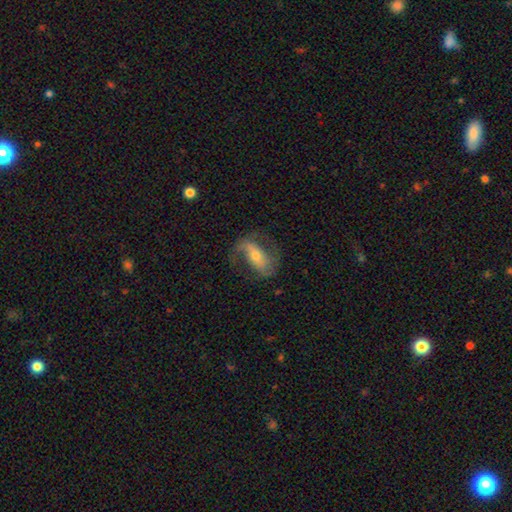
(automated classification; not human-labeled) This appears to be a featured or disk galaxy (77%) with a strong bar (36%), 2 (86%) loose (44%) spiral arms (92%) and a small central bulge (50%). Merging: none (68%).